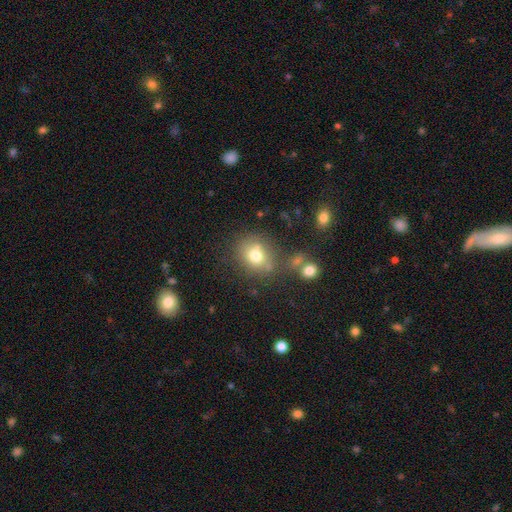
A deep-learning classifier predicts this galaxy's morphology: smooth 74%, featured or disk 14%, star or artifact 12%. Down the decision tree: how rounded — round (67%); merging — none (64%).